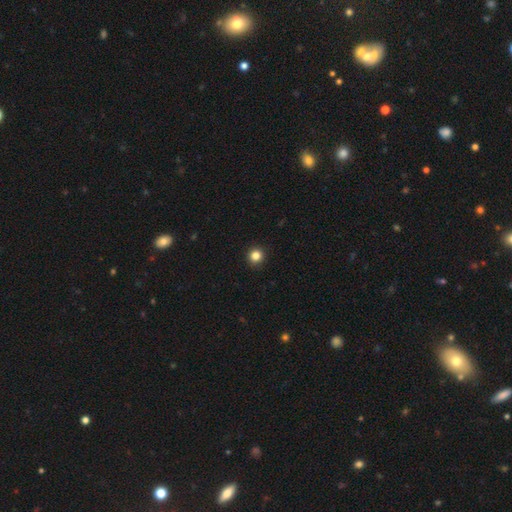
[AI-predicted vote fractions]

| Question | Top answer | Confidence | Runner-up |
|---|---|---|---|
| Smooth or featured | smooth | 84% | star or artifact (12%) |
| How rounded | round | 95% | in between (4%) |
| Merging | none | 93% | minor disturbance (4%) |